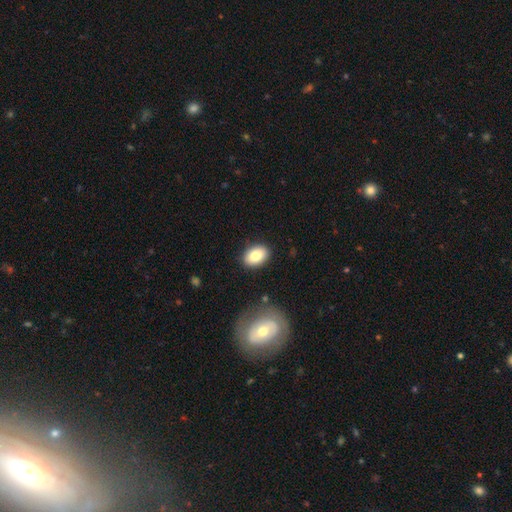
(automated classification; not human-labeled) A smooth galaxy with no disk features (82%) that is in between round and cigar-shaped (82%). Merging: none (87%).